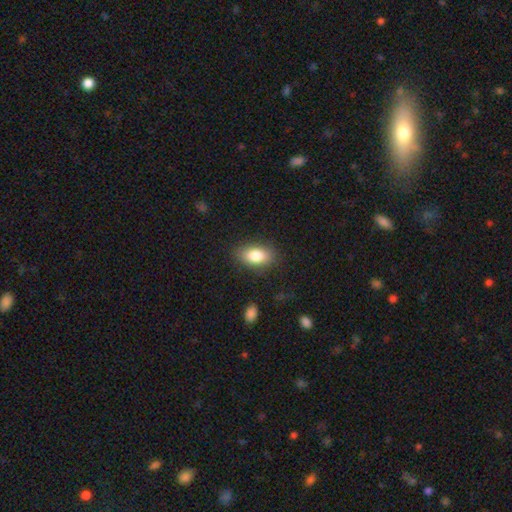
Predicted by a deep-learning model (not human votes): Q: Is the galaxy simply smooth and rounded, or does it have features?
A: smooth — 83%.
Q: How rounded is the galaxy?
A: in between — 90%.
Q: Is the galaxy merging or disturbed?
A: none — 85%.